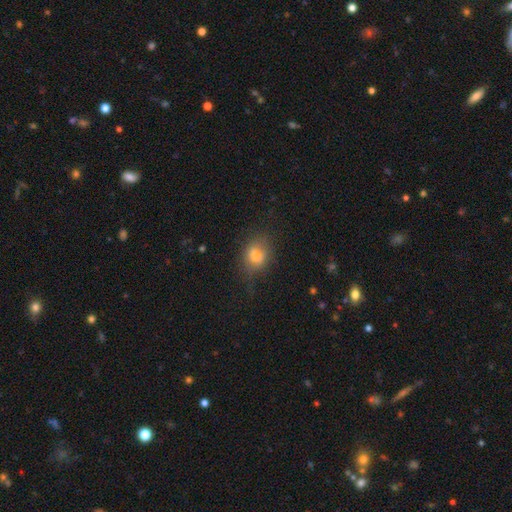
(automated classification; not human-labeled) smooth-or-featured: smooth: 74% | featured or disk: 14% | star or artifact: 11%
  how-rounded: in between: 54% | round: 44% | cigar-shaped: 2%
  merging: none: 66% | minor disturbance: 22% | major disturbance: 10% | merger: 2%